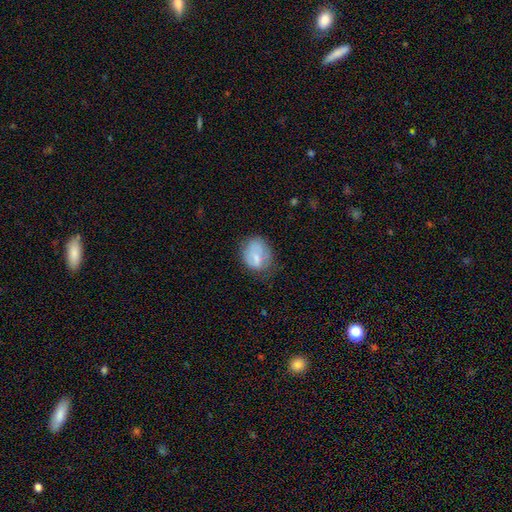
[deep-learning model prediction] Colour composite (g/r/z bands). It shows a smooth galaxy with no disk features (67%) that is round (51%). Merging: none (51%).